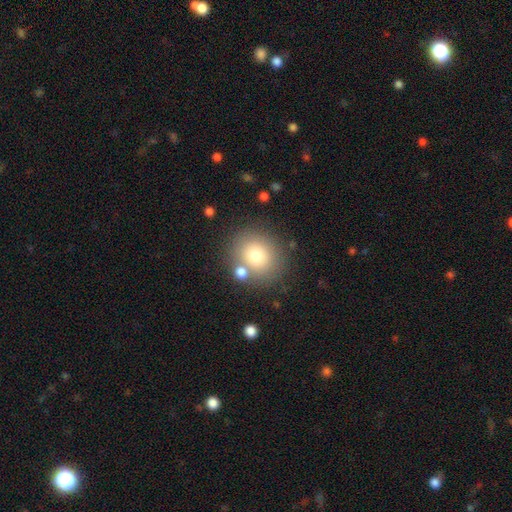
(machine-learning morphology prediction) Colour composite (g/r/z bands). It shows a smooth galaxy with no disk features (74%) that is round (84%). Merging: none (74%).